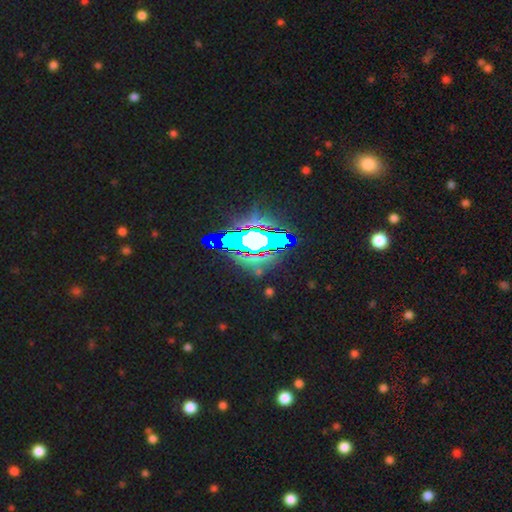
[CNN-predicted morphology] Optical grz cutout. It shows a star or artifact, not a galaxy (82%).